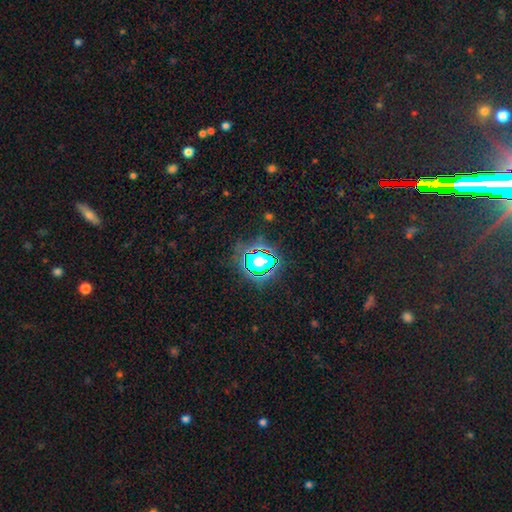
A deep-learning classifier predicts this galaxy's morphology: Smooth or featured? star or artifact (75%)